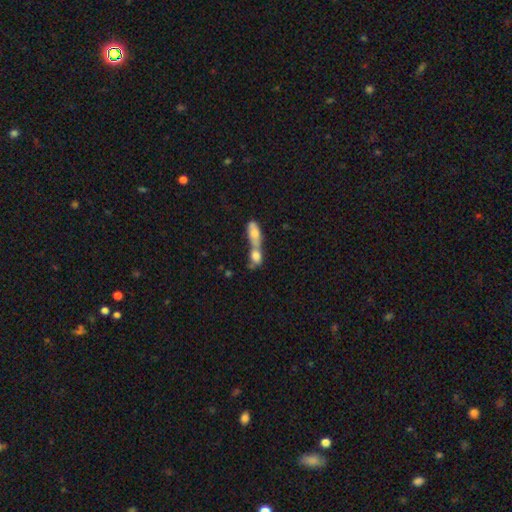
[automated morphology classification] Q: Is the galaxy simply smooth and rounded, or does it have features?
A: smooth — 69%.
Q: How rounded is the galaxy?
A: in between — 64%.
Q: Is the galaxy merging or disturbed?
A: merger — 78%.